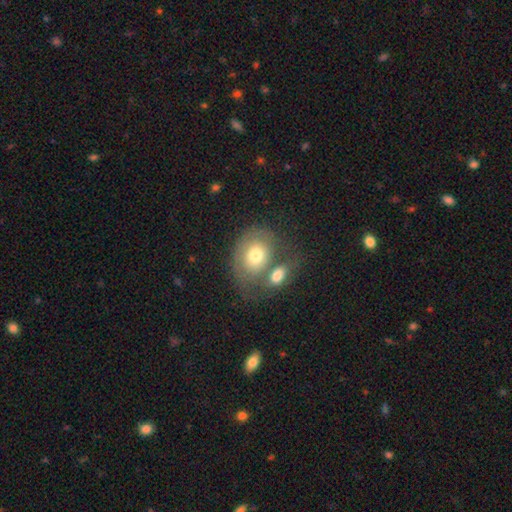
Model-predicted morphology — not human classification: This is likely a smooth galaxy (67%). How rounded: possibly in between (50%). Merging: marginally merger (44%).